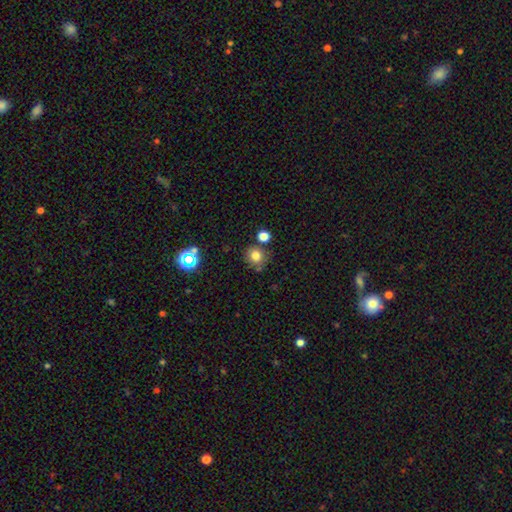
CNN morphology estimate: A smooth galaxy with no disk features (78%) that is round (86%). Merging: none (75%).